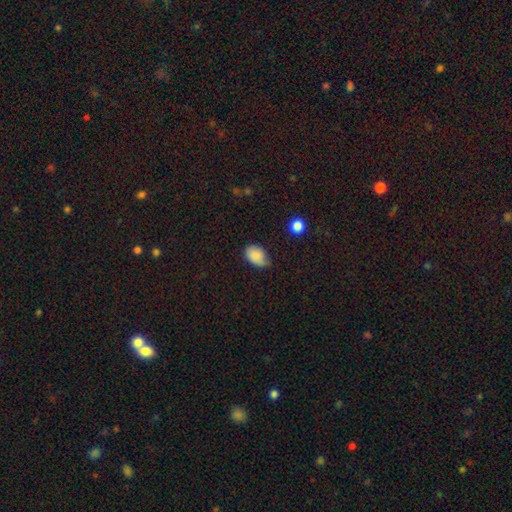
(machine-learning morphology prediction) Overall: smooth (84%). How rounded: in between (83%). Merging: none (48%; minor disturbance 42%).